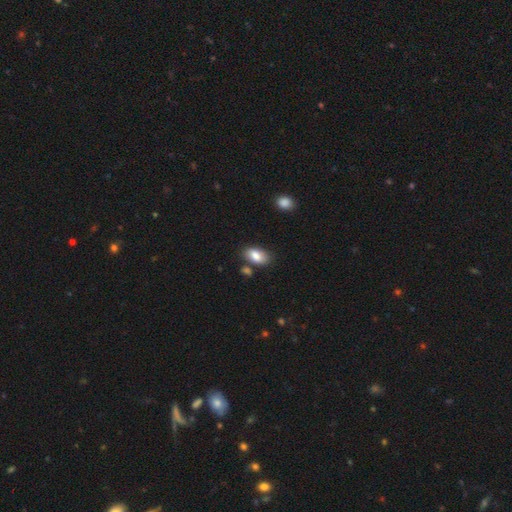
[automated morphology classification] smooth 85%, featured or disk 8%, star or artifact 7%. Down the decision tree: how rounded — in between (92%); merging — none (74%).